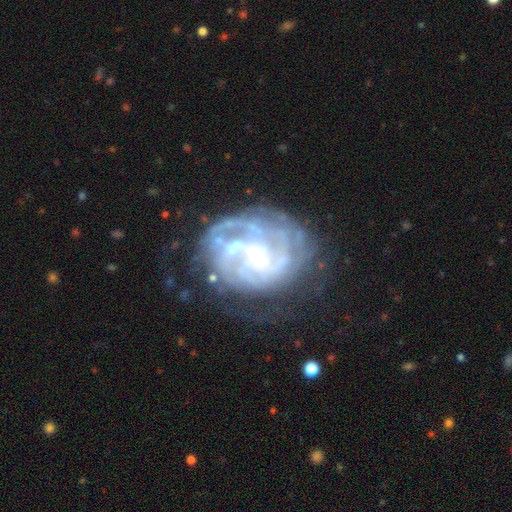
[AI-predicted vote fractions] smooth_or_featured: featured or disk (p=0.85) [alt: smooth p=0.08]
disk_edge_on: no (p=0.98) [alt: yes p=0.02]
bar: no (p=0.51) [alt: weak p=0.38]
has_spiral_arms: yes (p=0.91) [alt: no p=0.09]
spiral_winding: tight (p=0.61) [alt: medium p=0.30]
spiral_arm_count: can't tell (p=0.37) [alt: 3 p=0.18]
bulge_size: small (p=0.75) [alt: moderate p=0.16]
merging: none (p=0.57) [alt: minor disturbance p=0.21]